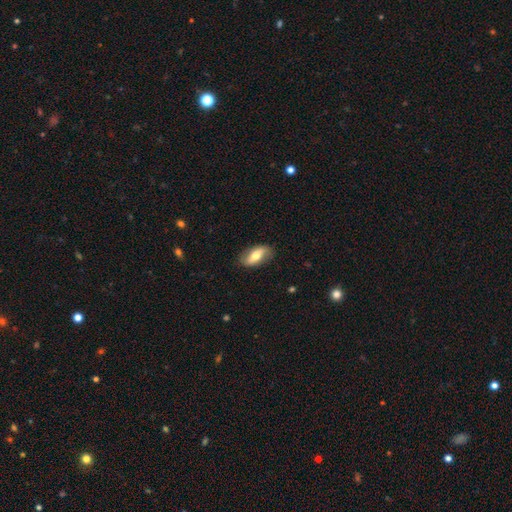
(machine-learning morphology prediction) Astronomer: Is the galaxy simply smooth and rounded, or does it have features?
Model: smooth — 55% (runner-up: featured or disk, 39%).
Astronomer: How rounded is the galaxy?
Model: in between — 86%.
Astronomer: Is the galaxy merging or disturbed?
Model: none — 82%.